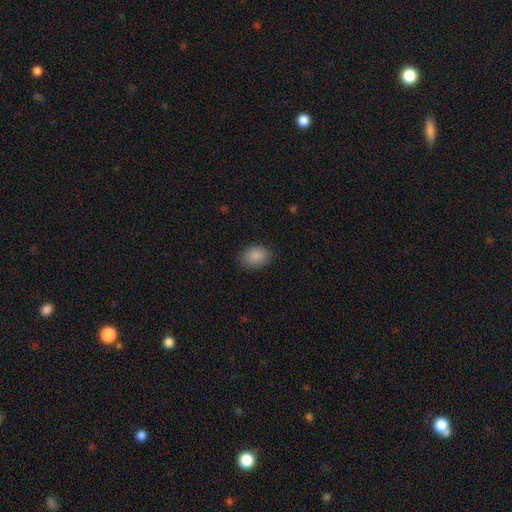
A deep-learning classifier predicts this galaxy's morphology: This is clearly a smooth galaxy (89%). How rounded: likely in between (73%). Merging: clearly none (82%).